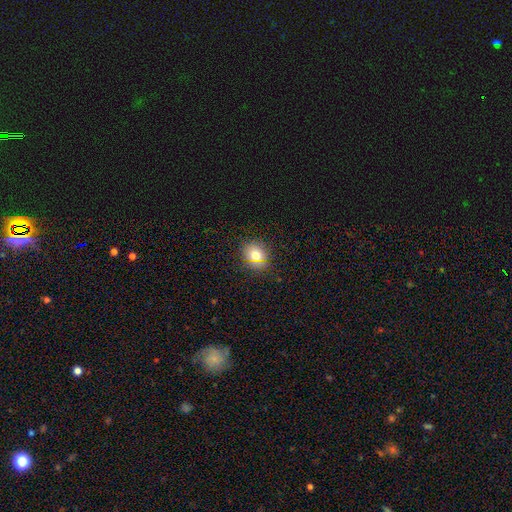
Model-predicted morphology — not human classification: Overall: smooth (73%). How rounded: round (78%). Merging: none (87%).